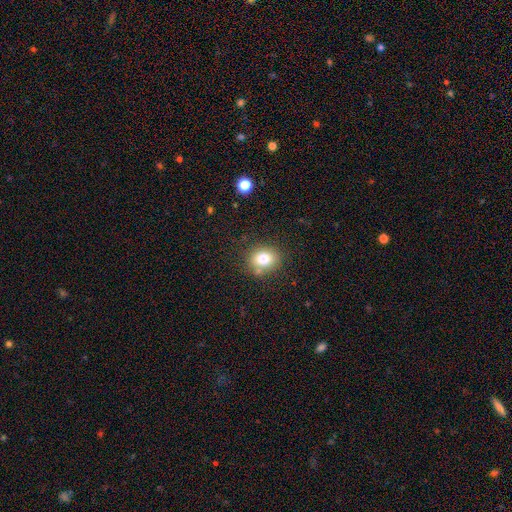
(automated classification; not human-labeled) smooth_or_featured: smooth (p=0.74) [alt: star or artifact p=0.15]
how_rounded: round (p=0.69) [alt: in between p=0.30]
merging: none (p=0.80) [alt: minor disturbance p=0.11]